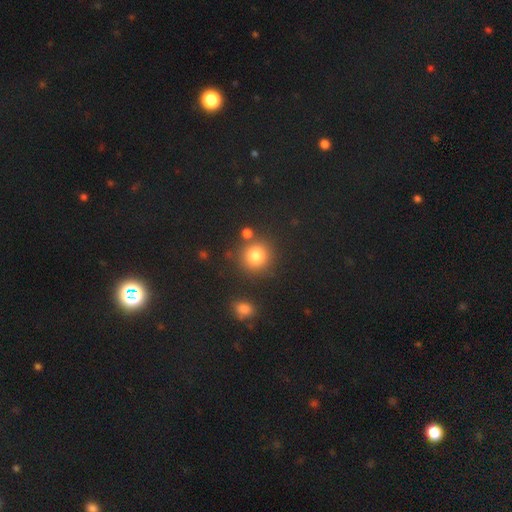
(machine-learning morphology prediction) type=smooth (80%); roundness=round (90%); merging=none (79%).